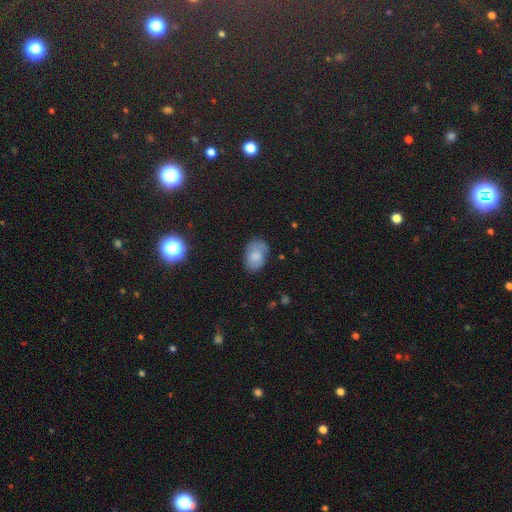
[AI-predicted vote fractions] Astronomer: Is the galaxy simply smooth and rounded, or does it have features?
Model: smooth — 71%.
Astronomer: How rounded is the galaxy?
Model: in between — 88%.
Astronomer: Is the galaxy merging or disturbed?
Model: none — 67%.